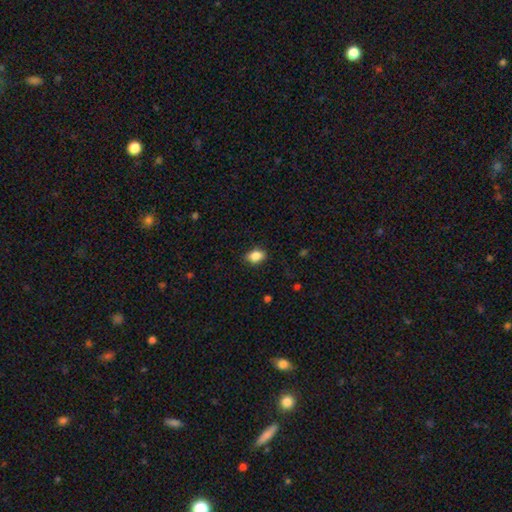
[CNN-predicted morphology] A smooth galaxy with no disk features (87%) that is in between round and cigar-shaped (81%).

Vote fractions:
- Smooth or featured? smooth: 87% / star or artifact: 9% / featured or disk: 5%
- How rounded? in between: 81% / round: 17% / cigar-shaped: 2%
- Merging? none: 85% / minor disturbance: 12% / major disturbance: 2% / merger: 1%